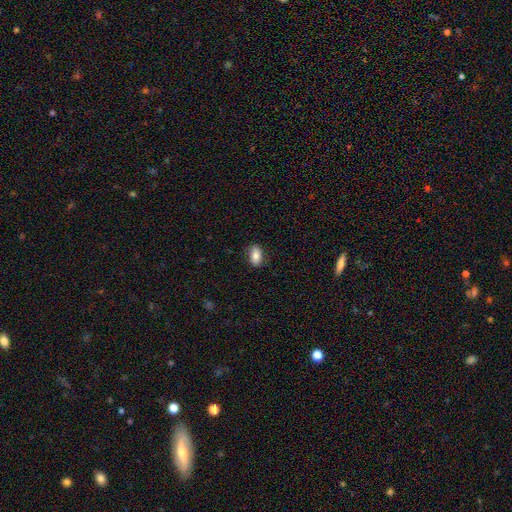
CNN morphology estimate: Smooth or featured? Predicted: smooth (p=0.79). How rounded? Predicted: in between (p=0.88). Merging? Predicted: none (p=0.82).